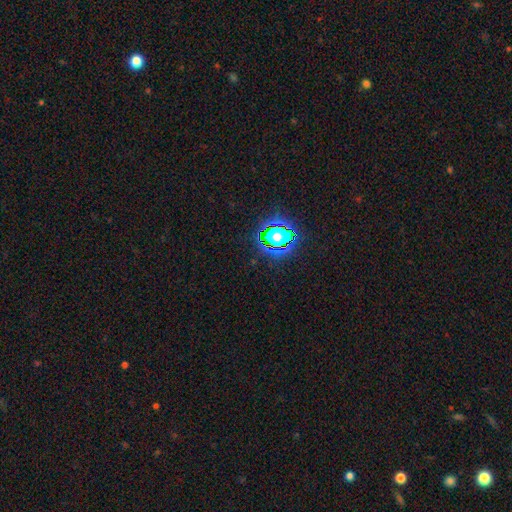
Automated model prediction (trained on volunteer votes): A star or artifact, not a galaxy (79%).

Vote fractions:
- Smooth or featured? star or artifact: 79% / smooth: 14% / featured or disk: 7%